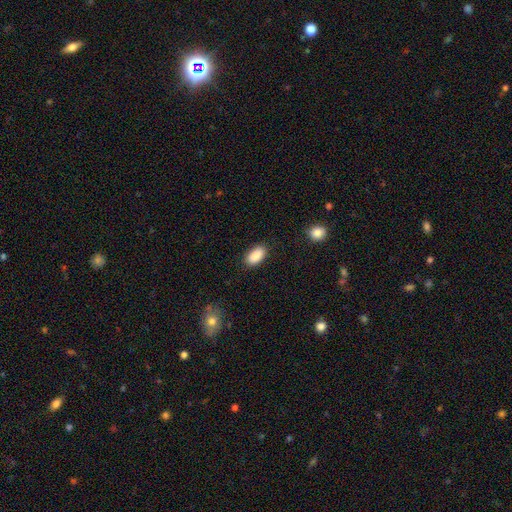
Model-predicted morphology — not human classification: type=smooth (89%); roundness=in between (93%); merging=none (85%).